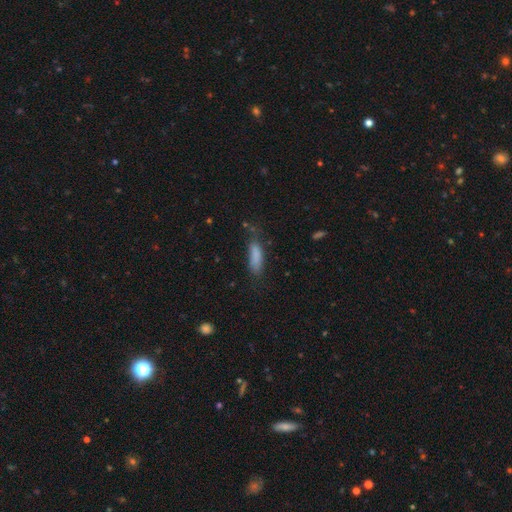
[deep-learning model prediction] smooth-or-featured: smooth: 82% | featured or disk: 10% | star or artifact: 8%
  how-rounded: cigar-shaped: 50% | in between: 48% | round: 2%
  merging: none: 58% | minor disturbance: 28% | major disturbance: 11% | merger: 3%